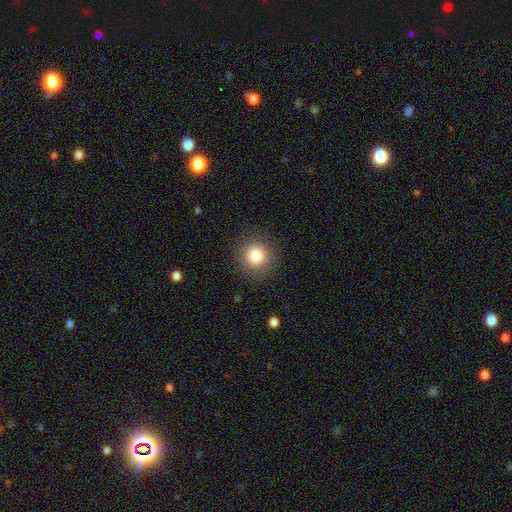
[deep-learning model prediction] Smooth or featured? smooth (81%)
How rounded? round (93%)
Merging? none (89%)